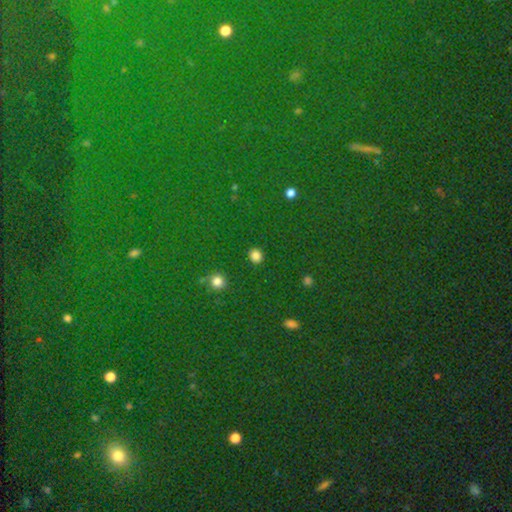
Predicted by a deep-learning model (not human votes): Q: Smooth or featured?
A: smooth (83%); runner-up: star or artifact (13%)
Q: How rounded?
A: round (70%); runner-up: in between (28%)
Q: Merging?
A: none (89%); runner-up: minor disturbance (7%)